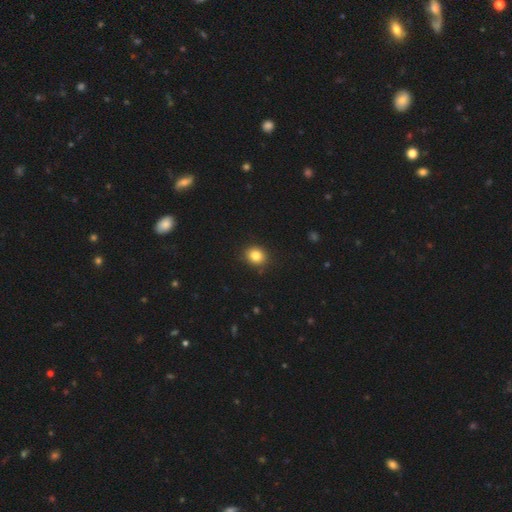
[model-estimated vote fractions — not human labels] smooth 83%, star or artifact 11%, featured or disk 6%. Down the decision tree: how rounded — round (74%); merging — none (89%).